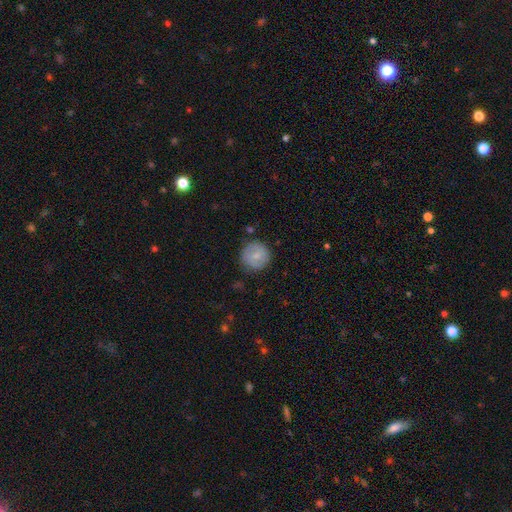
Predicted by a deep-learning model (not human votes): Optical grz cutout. It shows a smooth galaxy with no disk features (68%) that is round (93%). Merging: none (81%).